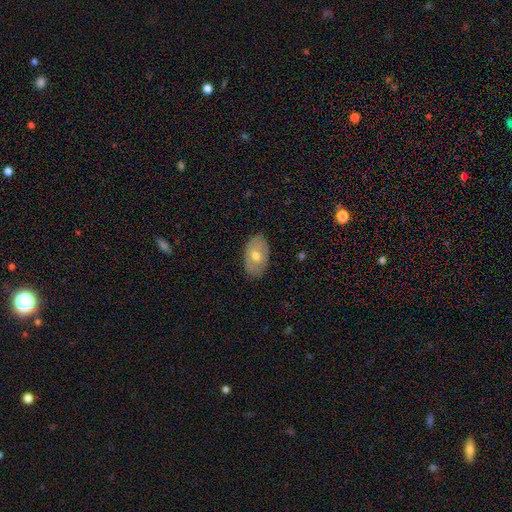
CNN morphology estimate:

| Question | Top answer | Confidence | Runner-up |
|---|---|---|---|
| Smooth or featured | smooth | 54% | featured or disk (39%) |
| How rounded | in between | 90% | round (9%) |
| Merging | none | 83% | minor disturbance (14%) |